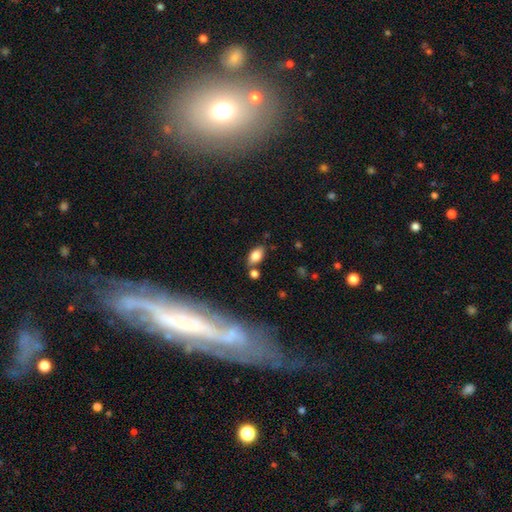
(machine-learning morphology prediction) Smooth or featured? smooth (80%)
How rounded? in between (90%)
Merging? none (73%)